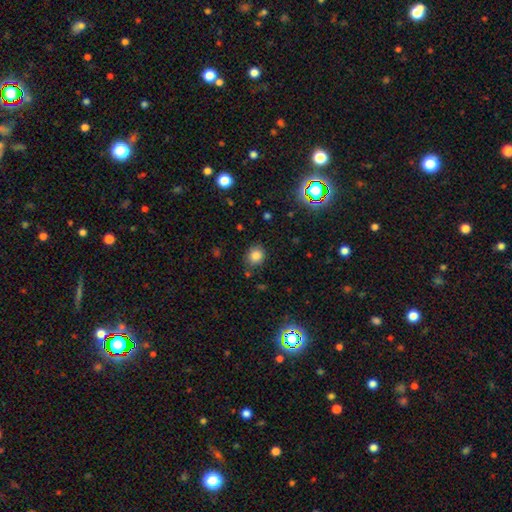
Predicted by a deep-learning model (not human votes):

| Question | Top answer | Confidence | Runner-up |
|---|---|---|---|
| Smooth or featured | smooth | 81% | star or artifact (13%) |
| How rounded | round | 74% | in between (26%) |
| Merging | none | 78% | minor disturbance (15%) |